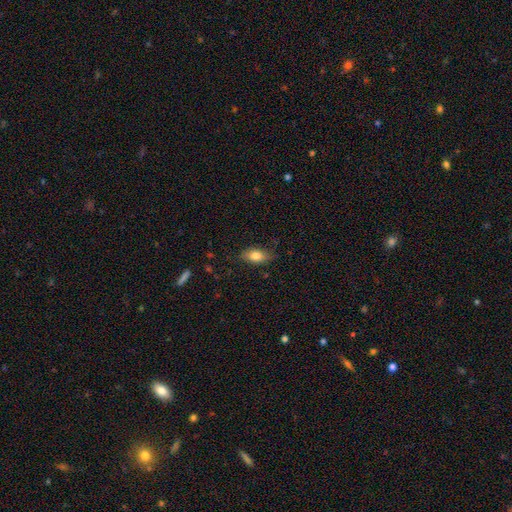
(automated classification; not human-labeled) smooth-or-featured: smooth: 80% | featured or disk: 13% | star or artifact: 8%
  how-rounded: in between: 88% | round: 8% | cigar-shaped: 4%
  merging: none: 77% | minor disturbance: 18% | major disturbance: 4% | merger: 1%